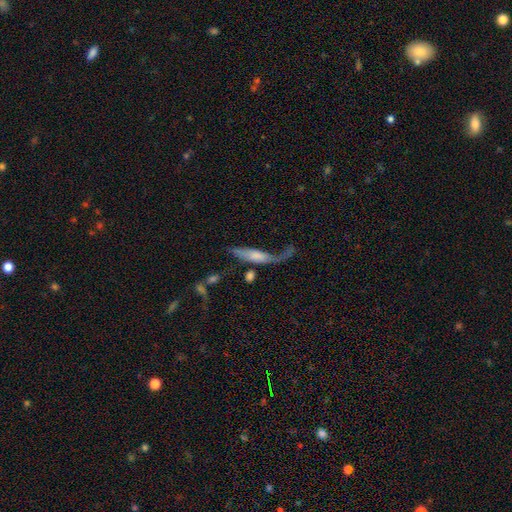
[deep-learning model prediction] A featured or disk galaxy (46%). Merging: major disturbance (40%).